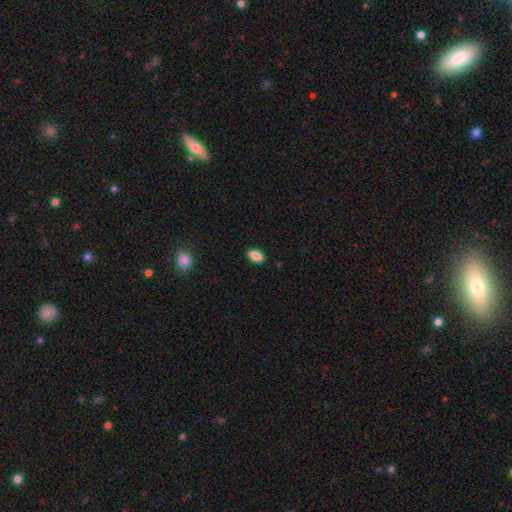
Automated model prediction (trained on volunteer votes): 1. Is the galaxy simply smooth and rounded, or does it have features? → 86% smooth, 8% star or artifact, 6% featured or disk.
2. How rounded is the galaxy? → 90% in between, 6% round, 4% cigar-shaped.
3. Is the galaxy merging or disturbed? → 87% none, 9% minor disturbance, 2% major disturbance, 1% merger.